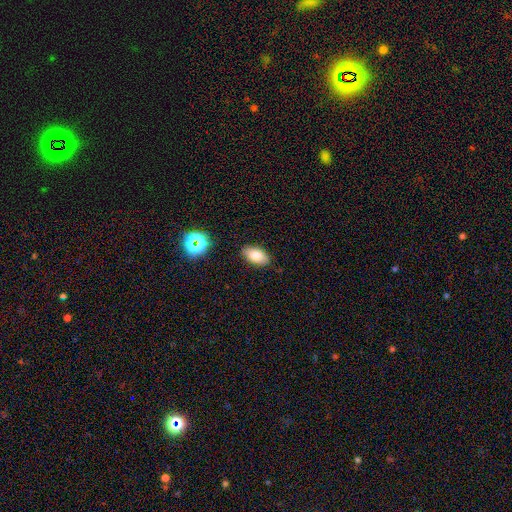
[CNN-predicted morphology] This is clearly a smooth galaxy (81%). How rounded: clearly in between (92%). Merging: clearly none (85%).